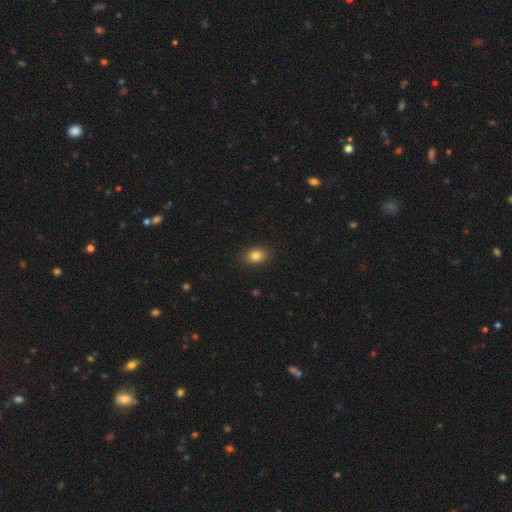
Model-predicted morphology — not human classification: Overall: smooth (84%). How rounded: in between (70%). Merging: none (89%).